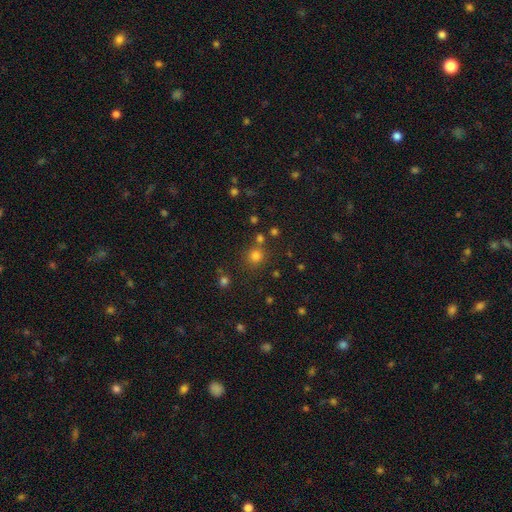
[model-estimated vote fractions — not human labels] smooth_or_featured: smooth (p=0.76) [alt: star or artifact p=0.18]
how_rounded: round (p=0.90) [alt: in between p=0.09]
merging: none (p=0.77) [alt: merger p=0.11]